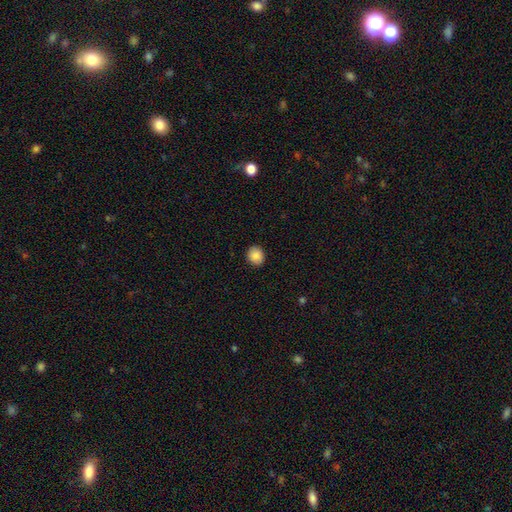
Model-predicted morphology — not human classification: The model was most divided on "how rounded": round: 70%, in between: 29%, cigar-shaped: 1%. More confident: merging — none (89%); smooth or featured — smooth (87%).